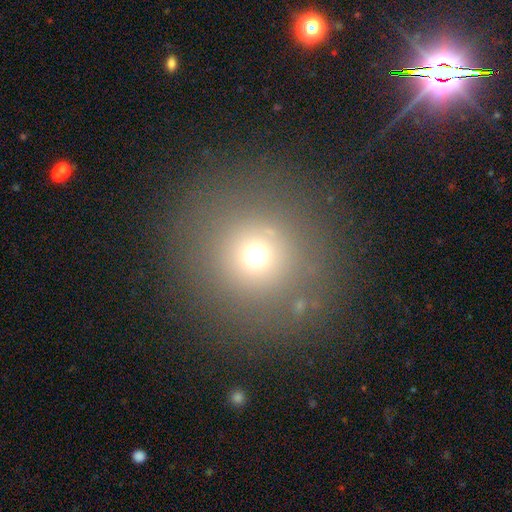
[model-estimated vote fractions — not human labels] Overall: smooth (66%). How rounded: round (92%). Merging: none (83%).